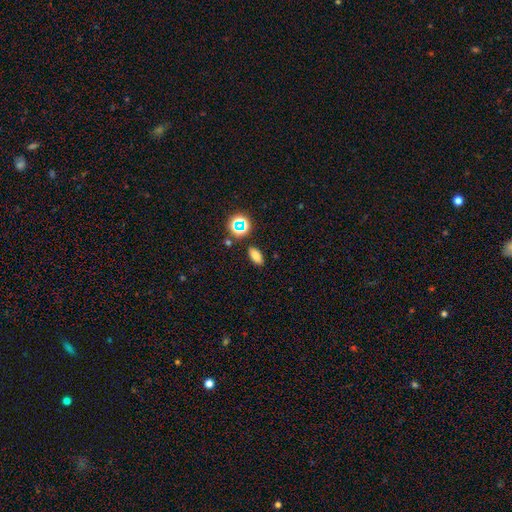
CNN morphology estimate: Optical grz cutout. It shows a smooth galaxy with no disk features (75%) that is in between round and cigar-shaped (85%). Merging: none (87%).